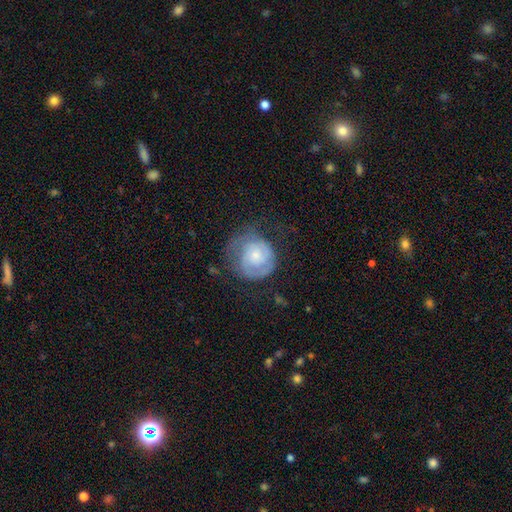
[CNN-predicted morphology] A featured or disk galaxy (60%) with no bar (75%), spiral arms (83%) and a small central bulge (53%).

Vote fractions:
- Smooth or featured? featured or disk: 60% / smooth: 34% / star or artifact: 6%
- Edge-on disk? no: 98% / yes: 2%
- Bar? no: 75% / weak: 22% / strong: 3%
- Spiral arms? yes: 83% / no: 17%
- Bulge size? small: 53% / moderate: 35% / none: 6% / large: 5% / dominant: 1%
- Merging? none: 50% / minor disturbance: 27% / major disturbance: 22% / merger: 2%